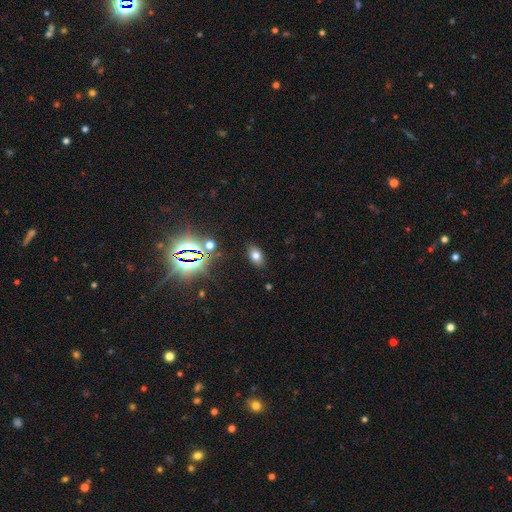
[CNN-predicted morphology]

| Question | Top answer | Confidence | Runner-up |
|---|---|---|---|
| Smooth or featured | smooth | 67% | star or artifact (20%) |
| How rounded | in between | 86% | round (11%) |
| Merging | none | 85% | minor disturbance (10%) |